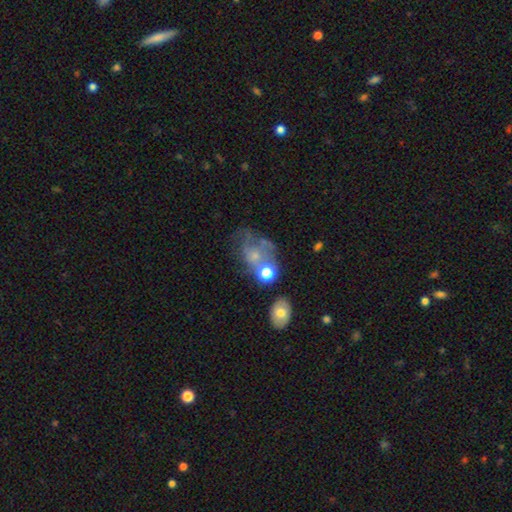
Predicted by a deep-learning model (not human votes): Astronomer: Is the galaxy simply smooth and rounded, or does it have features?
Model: smooth — 47% (runner-up: featured or disk, 38%).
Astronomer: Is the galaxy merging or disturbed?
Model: major disturbance — 32% (runner-up: none, 29%).